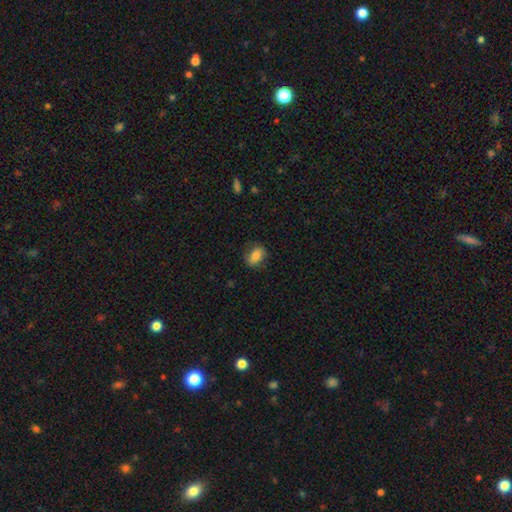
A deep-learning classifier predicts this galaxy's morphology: Smooth or featured: smooth — 80% (featured or disk — 12%)
How rounded: in between — 77% (round — 21%)
Merging: none — 76% (minor disturbance — 18%)